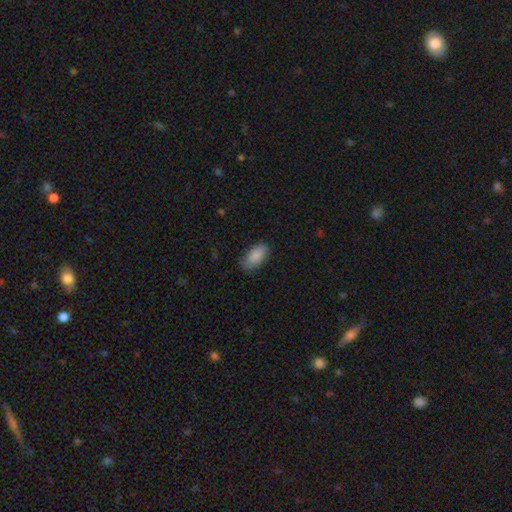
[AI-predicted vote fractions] The model was most divided on "merging": none: 76%, minor disturbance: 19%, major disturbance: 4%, merger: 1%. More confident: how rounded — in between (92%); smooth or featured — smooth (87%).